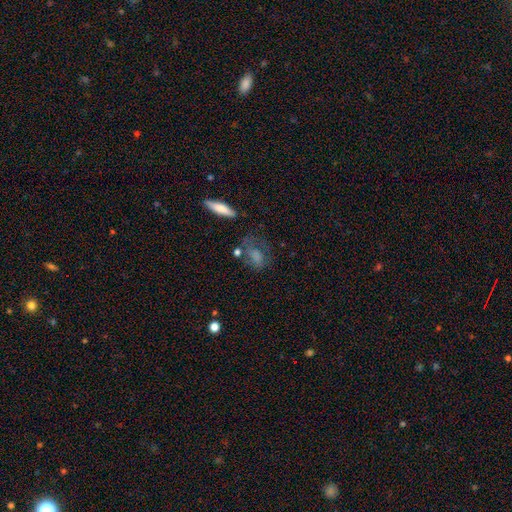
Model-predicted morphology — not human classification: This appears to be a smooth galaxy with no disk features (60%) that is in between round and cigar-shaped (70%). Merging: none (44%).